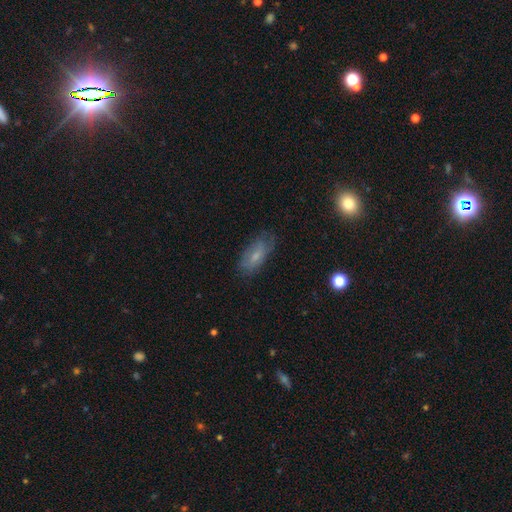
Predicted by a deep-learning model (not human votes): This is likely a smooth galaxy (62%). How rounded: clearly in between (83%). Merging: likely none (73%).